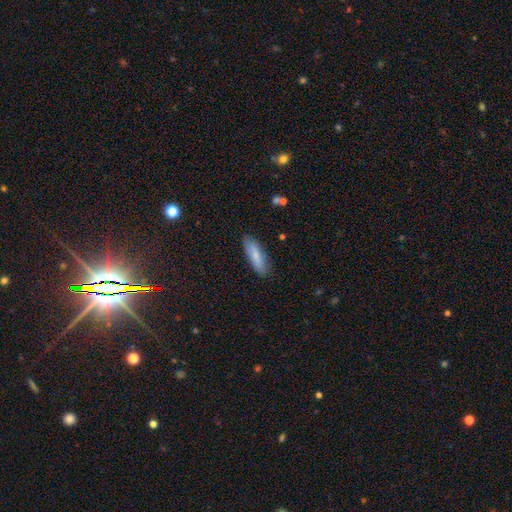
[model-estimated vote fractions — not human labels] Overall: smooth (81%). How rounded: in between (50%; cigar-shaped 49%). Merging: none (82%).